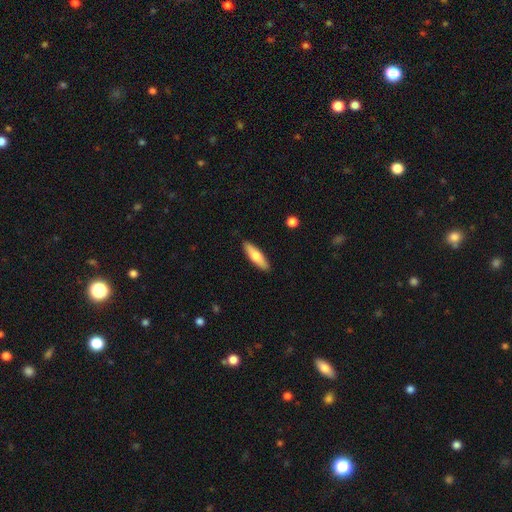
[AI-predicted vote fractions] This appears to be a smooth galaxy with no disk features (68%) that is cigar-shaped (58%). Merging: none (89%).